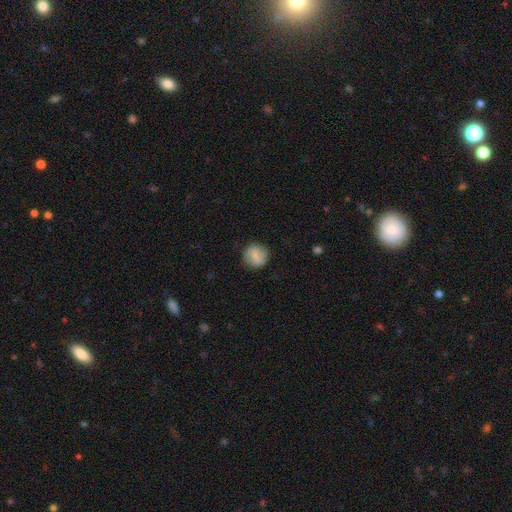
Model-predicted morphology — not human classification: This is likely a smooth galaxy (66%). How rounded: clearly round (92%). Merging: clearly none (85%).